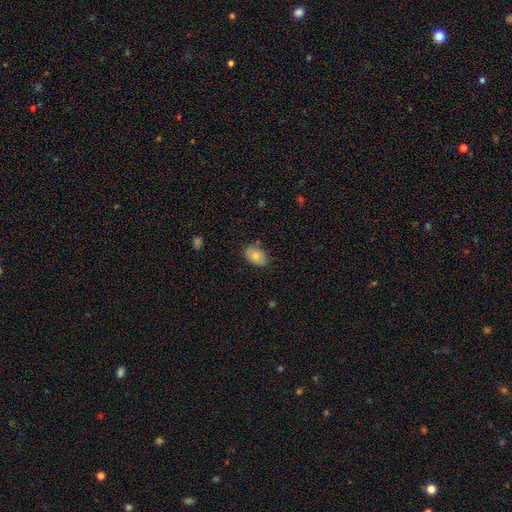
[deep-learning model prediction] Smooth or featured?
  - smooth: 73% *
  - featured or disk: 19%
  - star or artifact: 8%
How rounded?
  - in between: 86% *
  - round: 13%
  - cigar-shaped: 1%
Merging?
  - none: 80% *
  - minor disturbance: 15%
  - major disturbance: 3%
  - merger: 3%